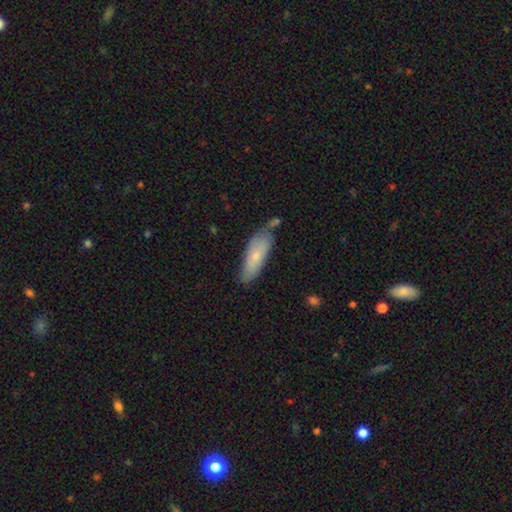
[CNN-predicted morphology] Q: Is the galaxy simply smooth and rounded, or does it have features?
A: smooth — 73%.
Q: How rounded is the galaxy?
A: in between — 56%.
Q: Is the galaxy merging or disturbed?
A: none — 60%.